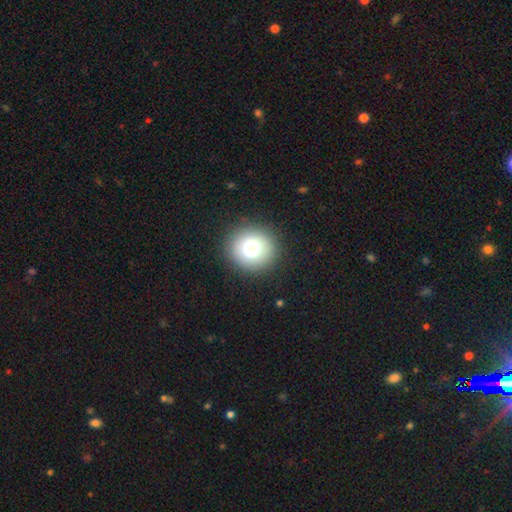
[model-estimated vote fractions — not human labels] smooth_or_featured: smooth (p=0.76) [alt: featured or disk p=0.12]
how_rounded: round (p=0.90) [alt: in between p=0.09]
merging: none (p=0.92) [alt: minor disturbance p=0.05]